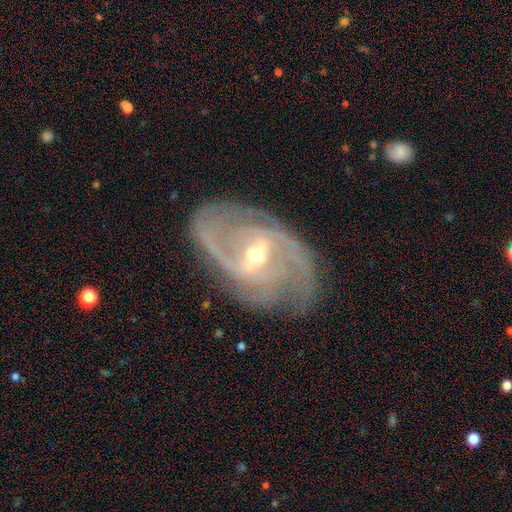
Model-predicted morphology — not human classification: Q: Smooth or featured?
A: featured or disk (90%); runner-up: star or artifact (5%)
Q: Edge-on disk?
A: no (95%); runner-up: yes (5%)
Q: Bar?
A: strong (47%); runner-up: weak (42%)
Q: Spiral arms?
A: yes (96%); runner-up: no (4%)
Q: Spiral winding?
A: medium (45%); runner-up: tight (38%)
Q: Spiral arm count?
A: 2 (55%); runner-up: 3 (15%)
Q: Bulge size?
A: small (51%); runner-up: moderate (46%)
Q: Merging?
A: none (76%); runner-up: minor disturbance (16%)